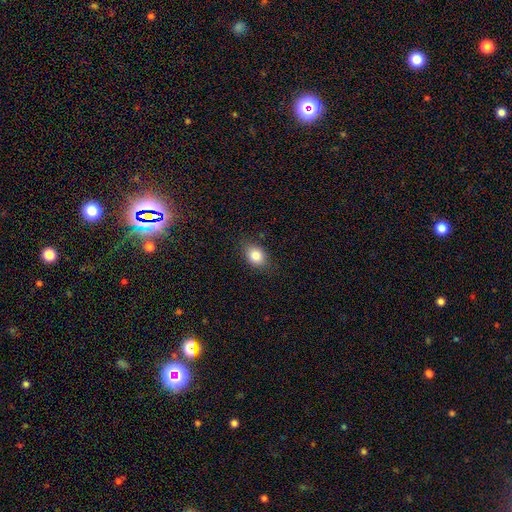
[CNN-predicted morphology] This is clearly a smooth galaxy (83%). How rounded: likely in between (65%). Merging: clearly none (82%).